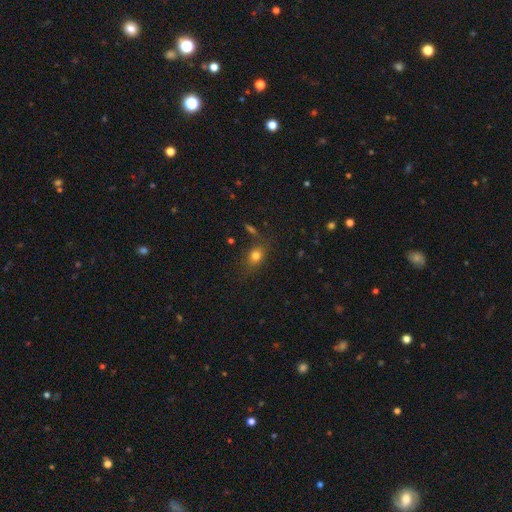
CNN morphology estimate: This appears to be a smooth galaxy with no disk features (77%) that is in between round and cigar-shaped (61%). Merging: none (73%).